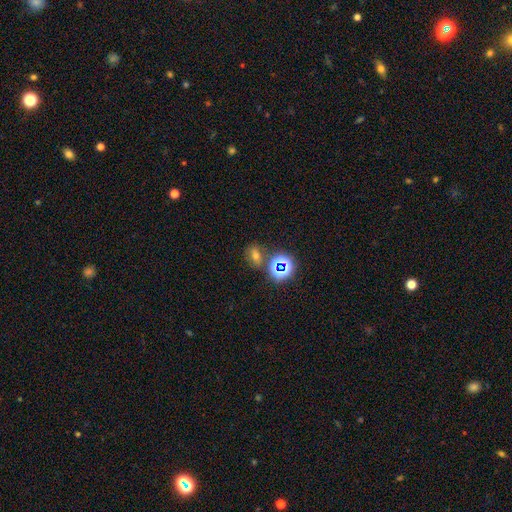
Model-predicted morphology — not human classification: The model was most divided on "smooth or featured": smooth: 46%, star or artifact: 39%, featured or disk: 15%. More confident: merging — none (70%).